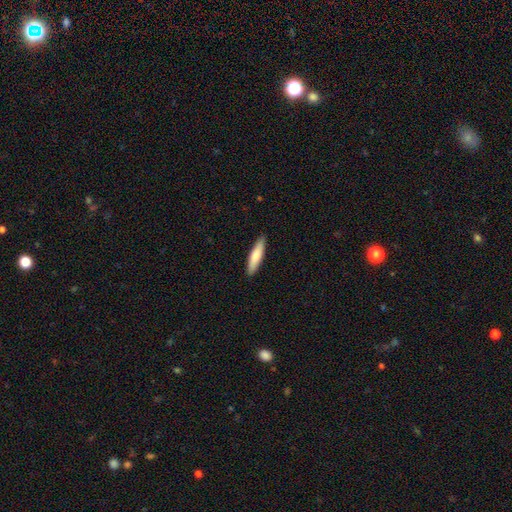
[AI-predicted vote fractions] Smooth or featured: smooth — 77% (featured or disk — 18%)
How rounded: cigar-shaped — 79% (in between — 19%)
Merging: none — 90% (minor disturbance — 8%)